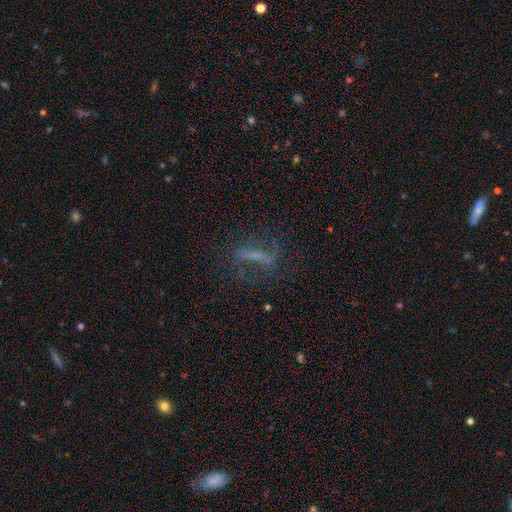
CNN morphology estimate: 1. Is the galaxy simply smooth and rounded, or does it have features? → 59% featured or disk, 23% smooth, 18% star or artifact.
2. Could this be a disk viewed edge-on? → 70% no, 30% yes.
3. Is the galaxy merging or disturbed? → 63% none, 18% major disturbance, 16% minor disturbance, 3% merger.